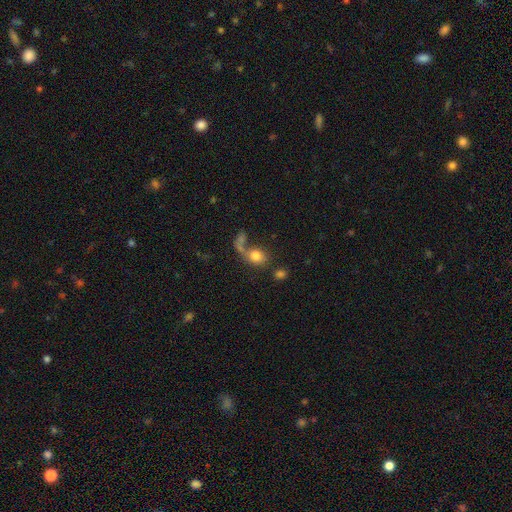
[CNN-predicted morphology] This appears to be a smooth galaxy with no disk features (74%) that is round (55%). Merging: none (37%).